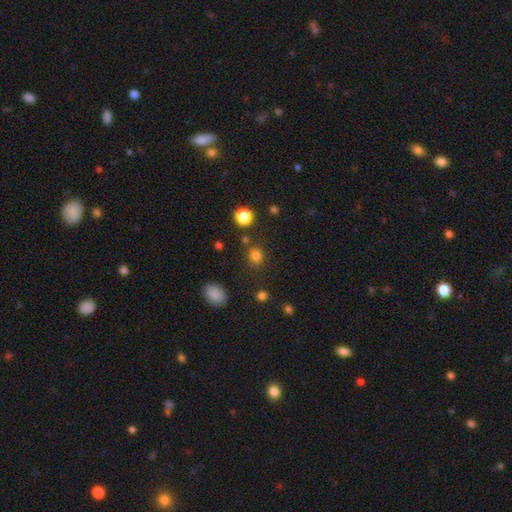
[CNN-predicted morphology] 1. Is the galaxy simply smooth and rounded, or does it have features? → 79% smooth, 16% star or artifact, 5% featured or disk.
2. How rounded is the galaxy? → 79% round, 20% in between, 1% cigar-shaped.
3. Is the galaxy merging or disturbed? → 80% none, 10% minor disturbance, 7% merger, 4% major disturbance.